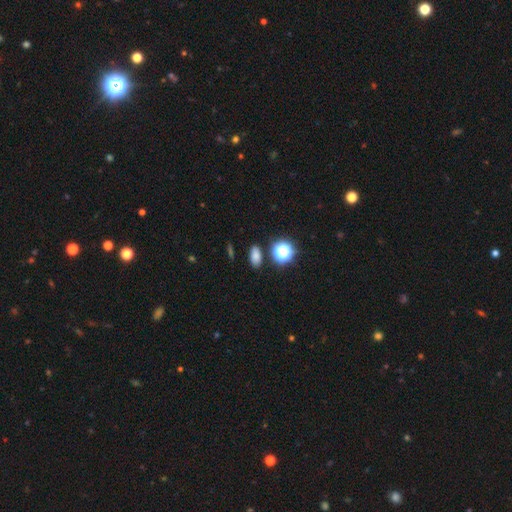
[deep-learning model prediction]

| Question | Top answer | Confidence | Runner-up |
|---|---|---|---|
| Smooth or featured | smooth | 77% | star or artifact (17%) |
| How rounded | in between | 82% | round (14%) |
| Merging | none | 85% | minor disturbance (9%) |